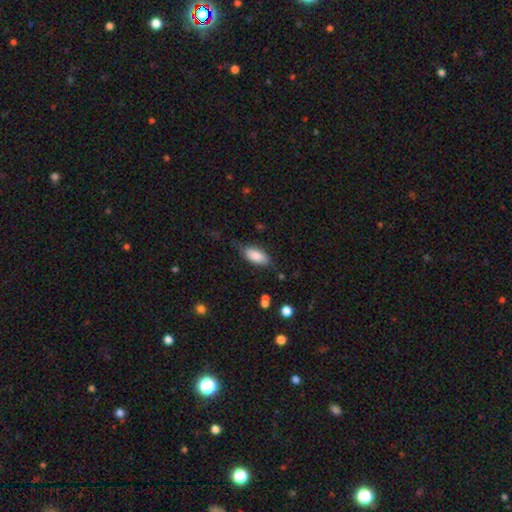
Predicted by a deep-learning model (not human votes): A smooth galaxy with no disk features (84%) that is in between round and cigar-shaped (88%).

Vote fractions:
- Smooth or featured? smooth: 84% / featured or disk: 10% / star or artifact: 6%
- How rounded? in between: 88% / cigar-shaped: 10% / round: 2%
- Merging? none: 68% / minor disturbance: 23% / major disturbance: 7% / merger: 2%